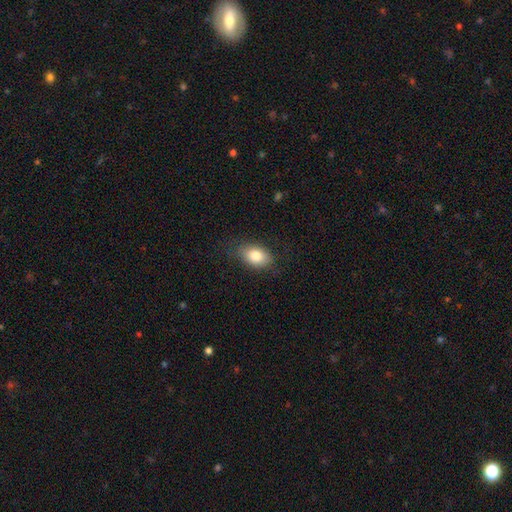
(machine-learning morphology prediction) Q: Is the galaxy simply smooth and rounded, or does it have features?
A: smooth — 82%.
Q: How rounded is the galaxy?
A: in between — 86%.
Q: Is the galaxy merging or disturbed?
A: none — 81%.